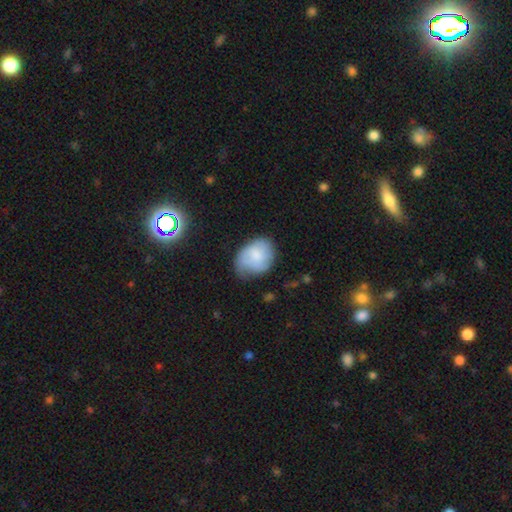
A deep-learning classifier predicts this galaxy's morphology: smooth 72%, featured or disk 21%, star or artifact 7%. Down the decision tree: how rounded — in between (65%); merging — none (46%).